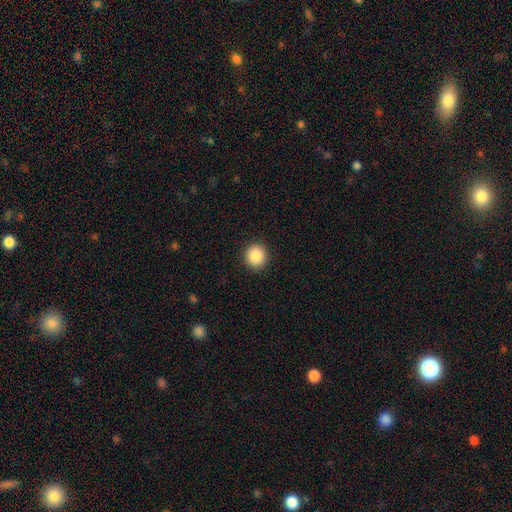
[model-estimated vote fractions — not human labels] The model was most divided on "smooth or featured": smooth: 88%, star or artifact: 9%, featured or disk: 3%. More confident: merging — none (92%); how rounded — round (91%).